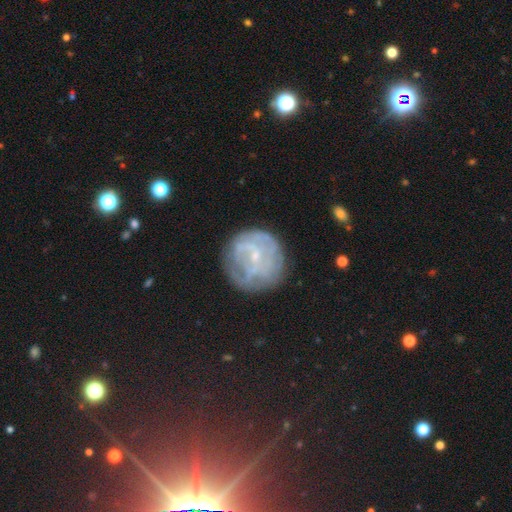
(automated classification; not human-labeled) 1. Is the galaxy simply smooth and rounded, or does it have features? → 61% featured or disk, 29% smooth, 11% star or artifact.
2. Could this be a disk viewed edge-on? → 97% no, 3% yes.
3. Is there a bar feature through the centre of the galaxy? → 54% no, 38% weak, 9% strong.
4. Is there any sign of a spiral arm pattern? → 59% yes, 41% no.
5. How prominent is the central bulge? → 74% small, 15% moderate, 9% none, 1% large, 1% dominant.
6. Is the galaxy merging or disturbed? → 71% none, 18% minor disturbance, 10% major disturbance, 2% merger.